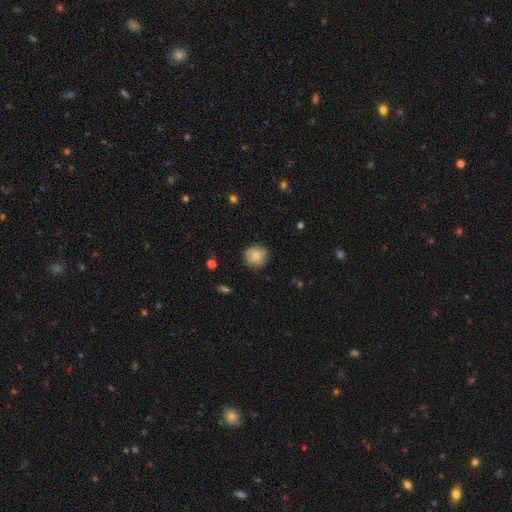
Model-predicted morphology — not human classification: Smooth or featured? smooth (65%)
How rounded? round (88%)
Merging? none (79%)